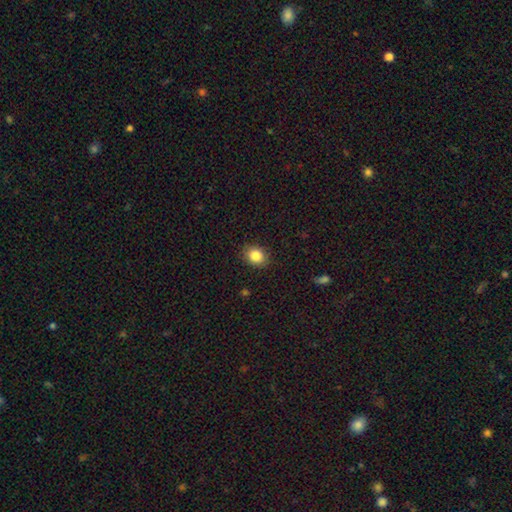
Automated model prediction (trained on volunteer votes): This appears to be a smooth galaxy with no disk features (85%) that is round (60%). Merging: none (87%).